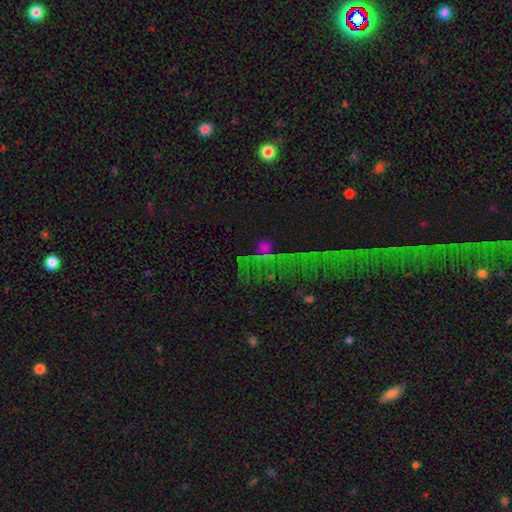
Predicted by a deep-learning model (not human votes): Overall: star or artifact (62%).